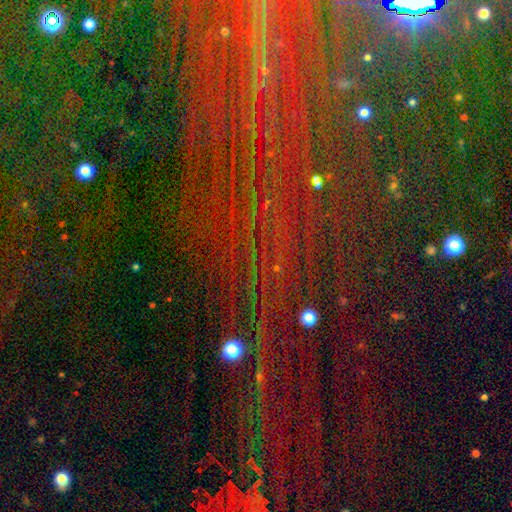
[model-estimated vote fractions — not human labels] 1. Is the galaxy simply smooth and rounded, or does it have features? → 80% star or artifact, 10% smooth, 10% featured or disk.